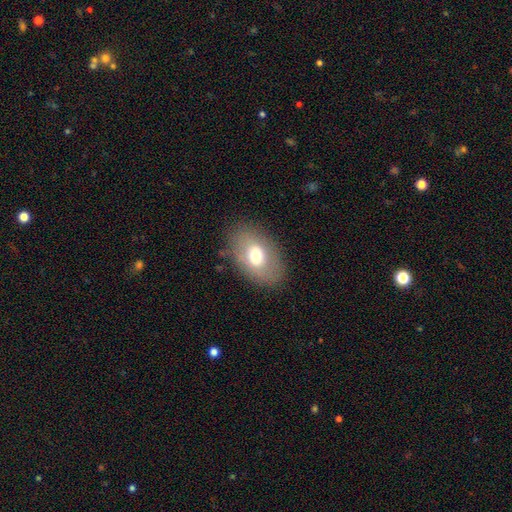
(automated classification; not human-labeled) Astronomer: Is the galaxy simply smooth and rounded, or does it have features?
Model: smooth — 65%.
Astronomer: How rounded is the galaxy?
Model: in between — 84%.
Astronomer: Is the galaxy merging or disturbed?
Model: none — 81%.